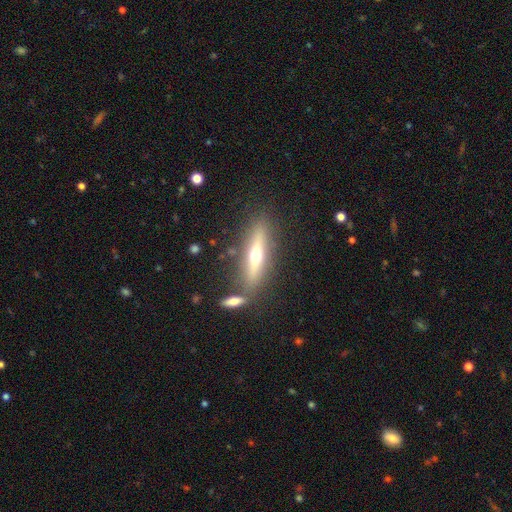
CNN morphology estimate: The model was most divided on "smooth or featured": featured or disk: 56%, smooth: 37%, star or artifact: 7%. More confident: edge-on disk — yes (87%); merging — none (74%).